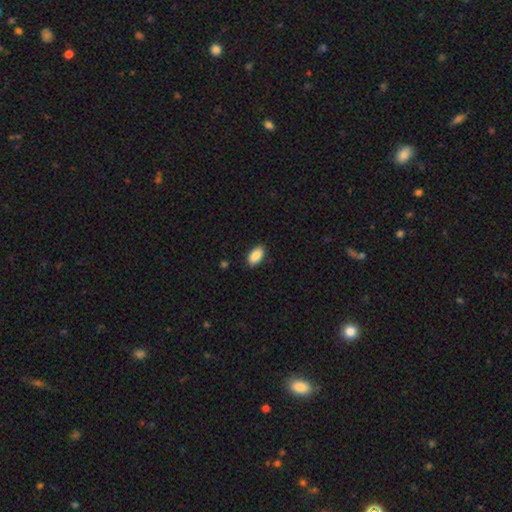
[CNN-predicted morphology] This is clearly a smooth galaxy (89%). How rounded: clearly in between (94%). Merging: clearly none (88%).